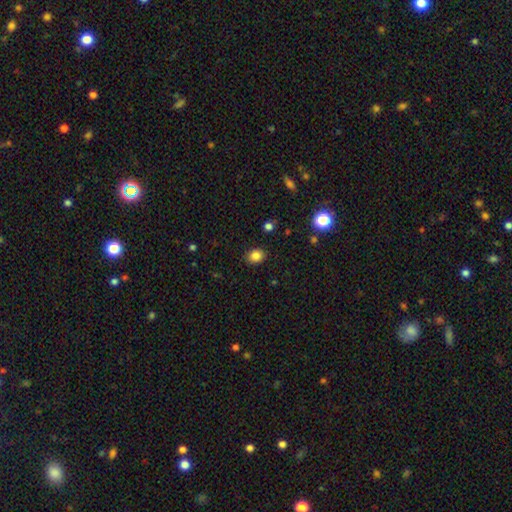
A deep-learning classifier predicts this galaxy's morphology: Smooth or featured? smooth (84%)
How rounded? round (54%)
Merging? none (87%)